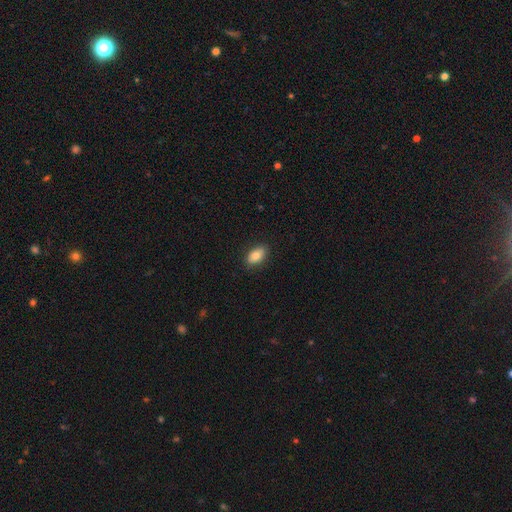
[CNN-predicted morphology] Overall: smooth (81%). How rounded: in between (91%). Merging: none (86%).